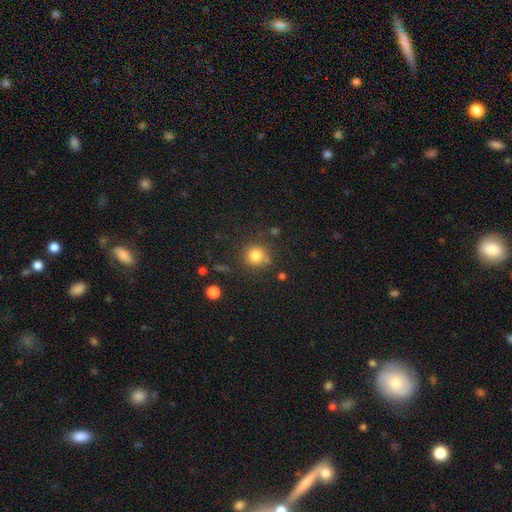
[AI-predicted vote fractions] Smooth or featured?
  - smooth: 81% *
  - star or artifact: 12%
  - featured or disk: 7%
How rounded?
  - round: 90% *
  - in between: 9%
  - cigar-shaped: 1%
Merging?
  - none: 77% *
  - minor disturbance: 13%
  - merger: 6%
  - major disturbance: 4%